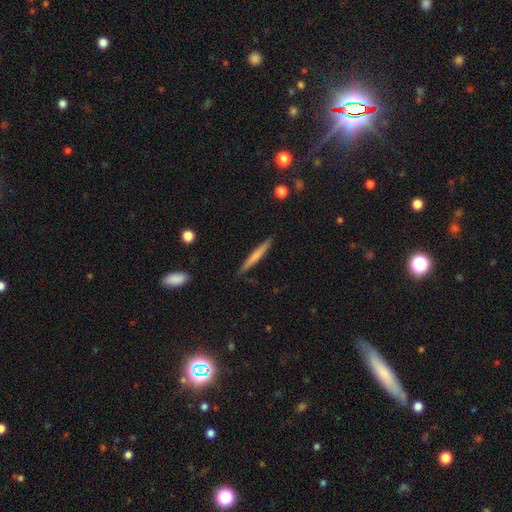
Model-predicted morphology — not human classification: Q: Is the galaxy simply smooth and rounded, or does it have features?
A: smooth — 60%.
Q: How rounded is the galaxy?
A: cigar-shaped — 96%.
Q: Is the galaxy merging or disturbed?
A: none — 89%.